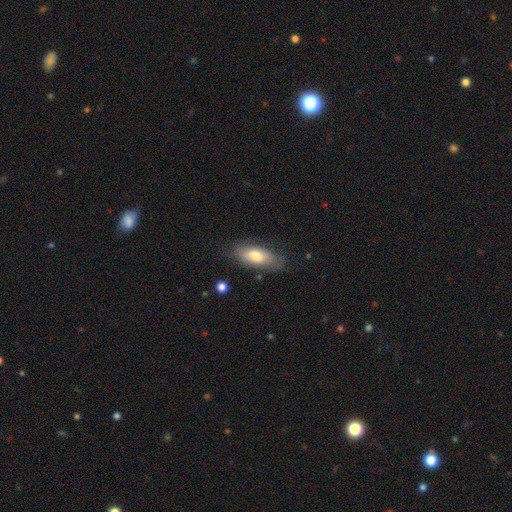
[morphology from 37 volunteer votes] Smooth or featured? 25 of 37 (68%) said smooth. How rounded? 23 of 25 (92%) said in between. Merging? 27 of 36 (75%) said none.